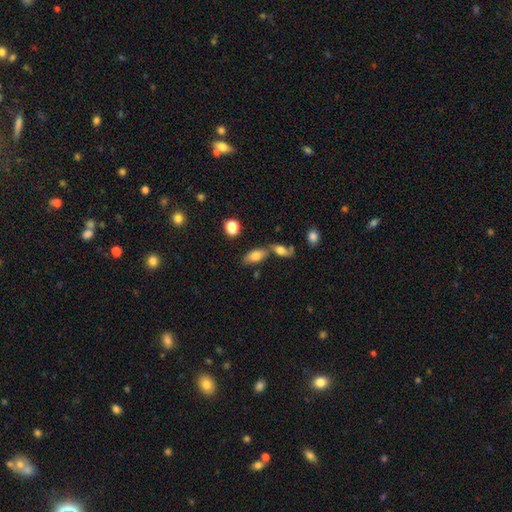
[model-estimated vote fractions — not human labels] Overall: smooth (75%). How rounded: in between (86%). Merging: none (48%; merger 36%).